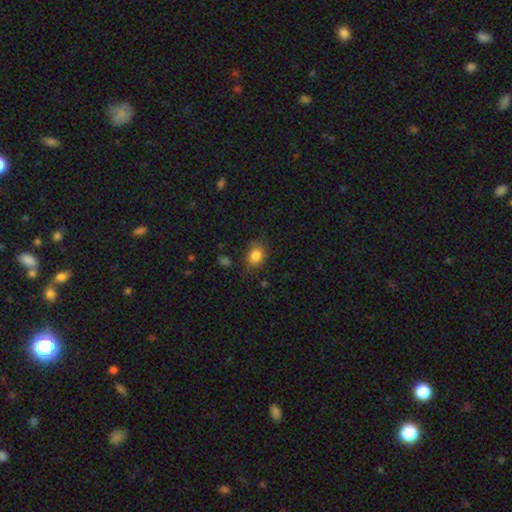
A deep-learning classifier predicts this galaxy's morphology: type=smooth (84%); roundness=in between (53%); merging=none (68%).